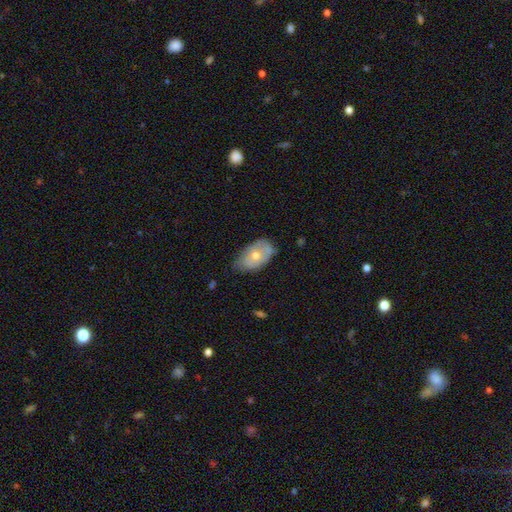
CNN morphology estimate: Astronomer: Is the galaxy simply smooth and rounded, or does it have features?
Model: smooth — 53% (runner-up: featured or disk, 40%).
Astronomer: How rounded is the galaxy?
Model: in between — 90%.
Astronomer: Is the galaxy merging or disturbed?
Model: none — 55% (runner-up: minor disturbance, 36%).